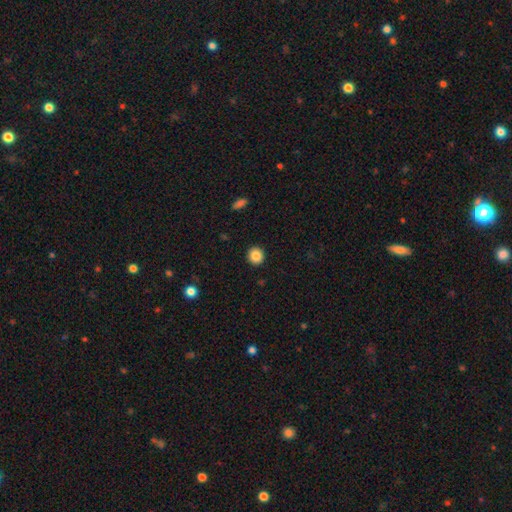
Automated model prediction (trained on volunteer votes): This is clearly a smooth galaxy (86%). How rounded: clearly round (90%). Merging: clearly none (92%).